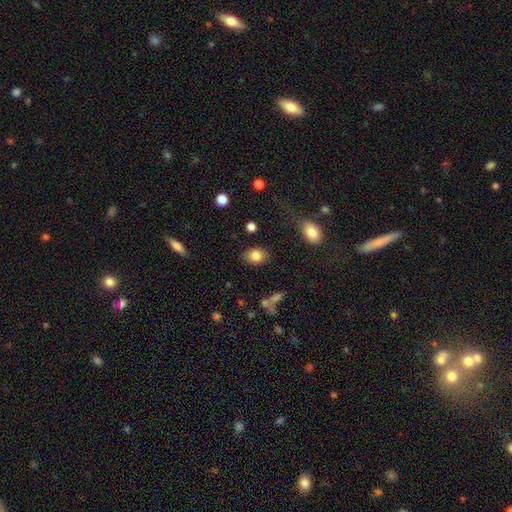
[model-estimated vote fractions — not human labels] Overall: smooth (82%). How rounded: in between (65%; round 34%). Merging: none (83%).